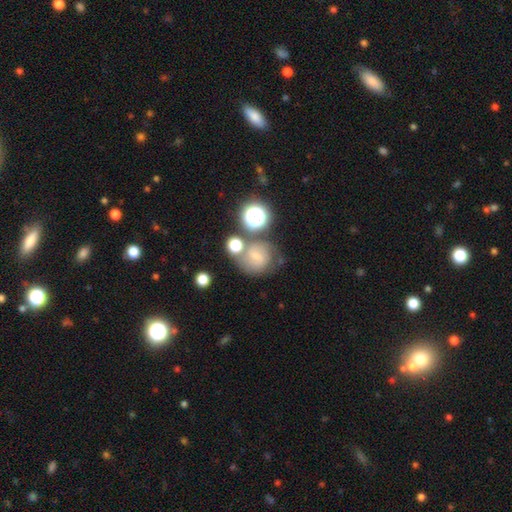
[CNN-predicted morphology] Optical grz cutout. It shows a smooth galaxy with no disk features (52%) that is round (82%). Merging: none (56%).